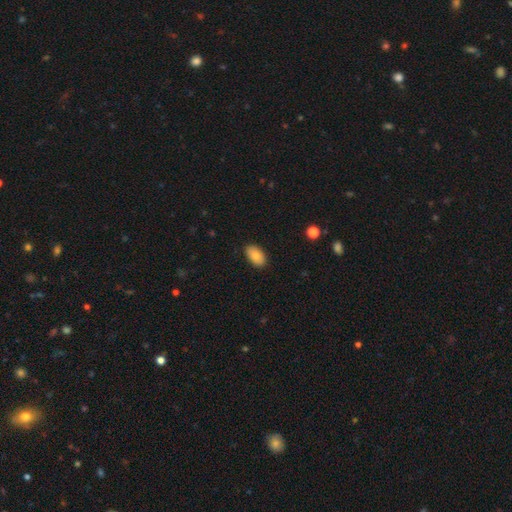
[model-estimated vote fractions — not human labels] smooth_or_featured: smooth (p=0.84) [alt: featured or disk p=0.09]
how_rounded: in between (p=0.94) [alt: round p=0.05]
merging: none (p=0.87) [alt: minor disturbance p=0.10]